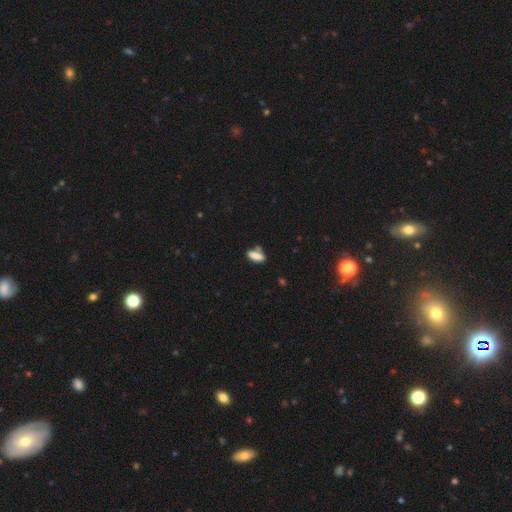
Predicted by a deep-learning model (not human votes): This appears to be a smooth galaxy with no disk features (82%) that is in between round and cigar-shaped (68%). Merging: none (60%).